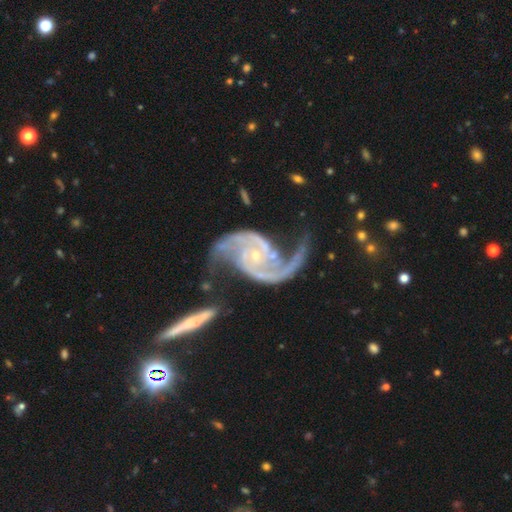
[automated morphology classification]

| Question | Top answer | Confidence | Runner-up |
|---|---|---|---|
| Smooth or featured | featured or disk | 94% | star or artifact (4%) |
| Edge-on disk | no | 98% | yes (2%) |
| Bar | no | 62% | weak (27%) |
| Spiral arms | yes | 98% | no (2%) |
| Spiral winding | medium | 55% | loose (29%) |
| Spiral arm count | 2 | 91% | 3 (3%) |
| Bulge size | small | 81% | moderate (14%) |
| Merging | none | 52% | minor disturbance (20%) |